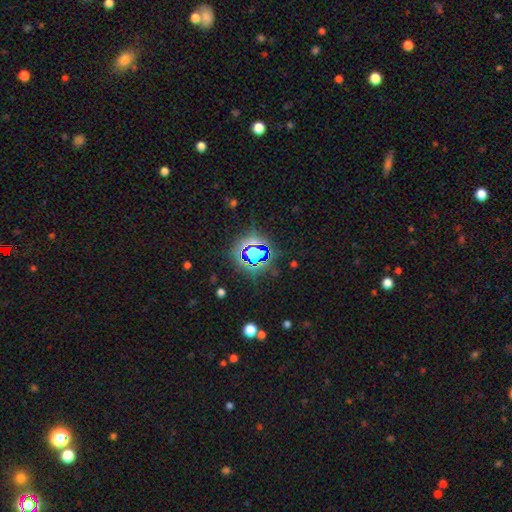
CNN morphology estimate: The model was most divided on "smooth or featured": star or artifact: 75%, smooth: 16%, featured or disk: 9%.